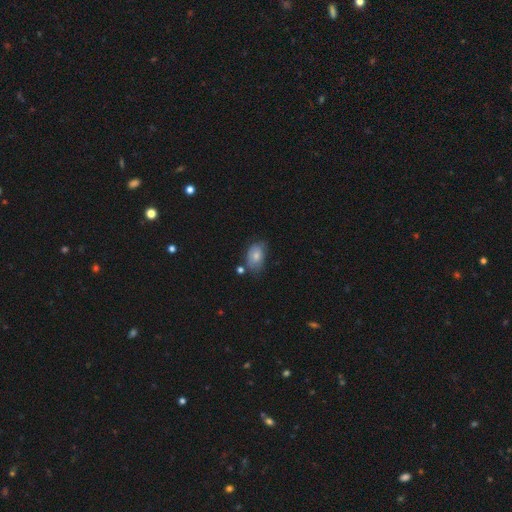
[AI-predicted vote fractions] smooth_or_featured: smooth (p=0.70) [alt: featured or disk p=0.21]
how_rounded: in between (p=0.86) [alt: round p=0.12]
merging: none (p=0.54) [alt: minor disturbance p=0.31]